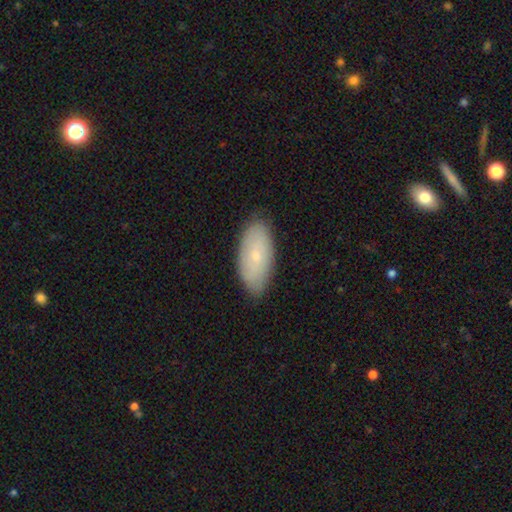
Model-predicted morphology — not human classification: Smooth or featured? smooth (64%)
How rounded? in between (92%)
Merging? none (82%)